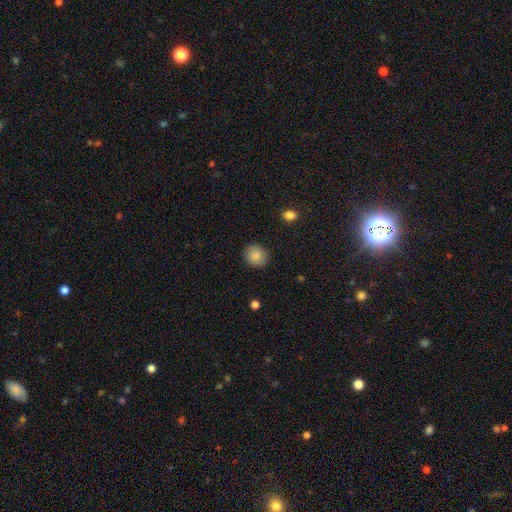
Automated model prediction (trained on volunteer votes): Overall: smooth (88%). How rounded: round (78%). Merging: none (88%).